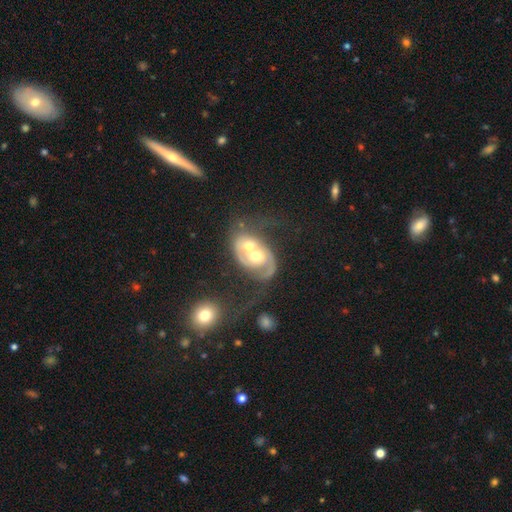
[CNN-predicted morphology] A featured or disk galaxy (75%) with no bar (75%), 2 (70%) medium (42%) spiral arms (78%) and a moderate central bulge (70%).

Vote fractions:
- Smooth or featured? featured or disk: 75% / smooth: 19% / star or artifact: 6%
- Edge-on disk? no: 97% / yes: 3%
- Bar? no: 75% / weak: 19% / strong: 6%
- Spiral arms? yes: 78% / no: 22%
- Spiral winding? medium: 42% / loose: 31% / tight: 27%
- Spiral arm count? 2: 70% / 1: 14% / can't tell: 12% / 3: 2% / 4: 1% / more than 4: 1%
- Bulge size? moderate: 70% / large: 14% / small: 12% / dominant: 2% / none: 2%
- Merging? merger: 68% / none: 13% / major disturbance: 12% / minor disturbance: 7%